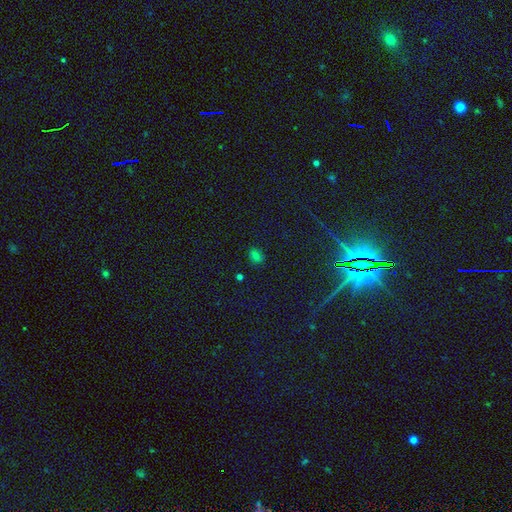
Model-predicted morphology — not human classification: smooth-or-featured: smooth: 66% | star or artifact: 26% | featured or disk: 8%
  how-rounded: in between: 61% | round: 38% | cigar-shaped: 2%
  merging: none: 84% | minor disturbance: 12% | major disturbance: 3% | merger: 2%